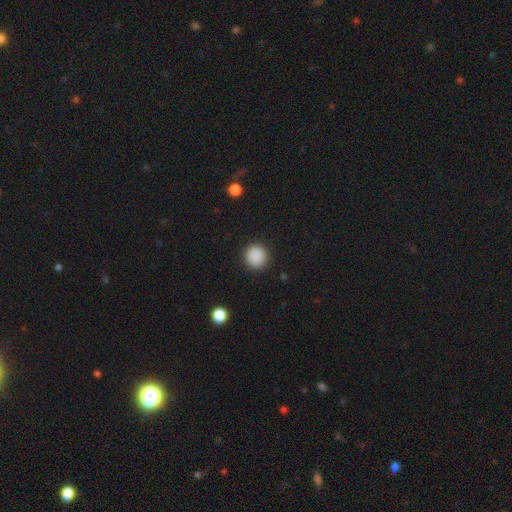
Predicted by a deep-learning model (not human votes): Q: Smooth or featured?
A: smooth (88%); runner-up: star or artifact (9%)
Q: How rounded?
A: round (93%); runner-up: in between (6%)
Q: Merging?
A: none (91%); runner-up: minor disturbance (6%)